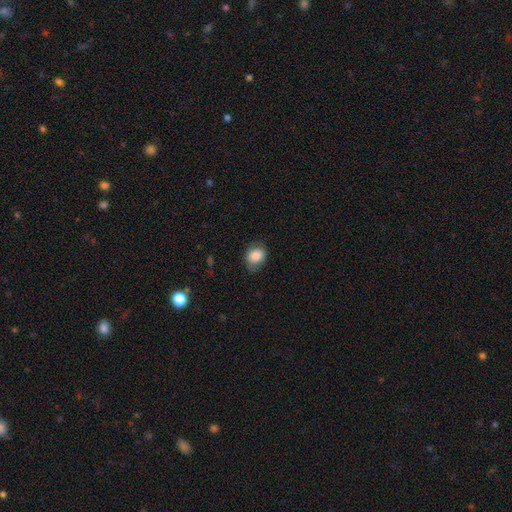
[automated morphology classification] smooth_or_featured: smooth (p=0.84) [alt: featured or disk p=0.08]
how_rounded: in between (p=0.61) [alt: round p=0.37]
merging: none (p=0.68) [alt: minor disturbance p=0.23]